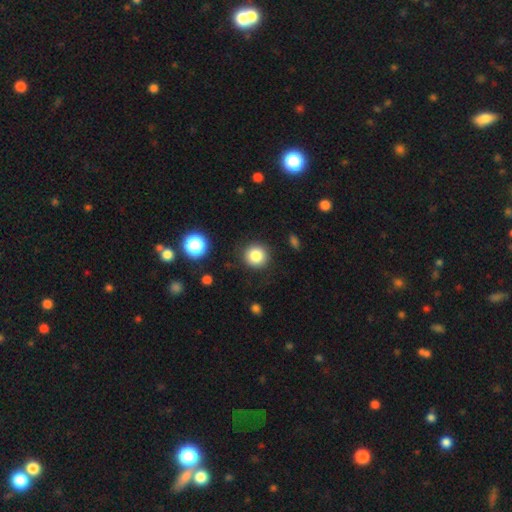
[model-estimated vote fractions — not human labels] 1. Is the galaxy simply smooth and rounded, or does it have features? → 84% smooth, 11% star or artifact, 5% featured or disk.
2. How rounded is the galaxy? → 94% round, 5% in between, 1% cigar-shaped.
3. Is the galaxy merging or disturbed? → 88% none, 7% minor disturbance, 3% major disturbance, 2% merger.